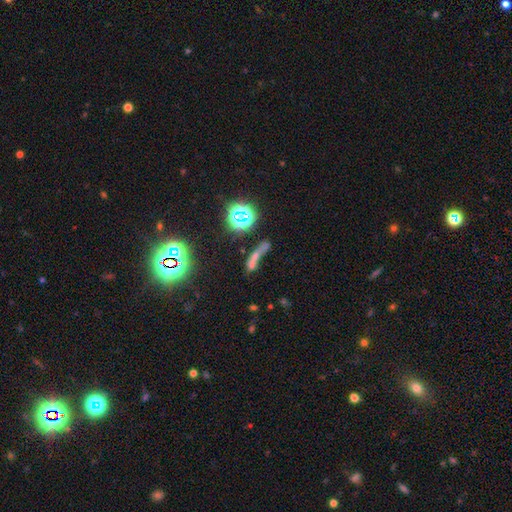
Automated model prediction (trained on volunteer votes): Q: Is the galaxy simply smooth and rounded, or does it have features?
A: star or artifact — 42%.